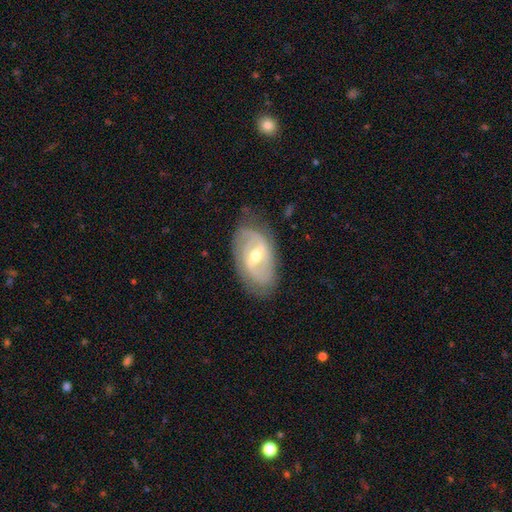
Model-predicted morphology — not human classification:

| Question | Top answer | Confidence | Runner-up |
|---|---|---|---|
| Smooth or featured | featured or disk | 82% | smooth (12%) |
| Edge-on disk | no | 94% | yes (6%) |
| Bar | weak | 49% | strong (35%) |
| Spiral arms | yes | 88% | no (12%) |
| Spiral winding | medium | 42% | tight (35%) |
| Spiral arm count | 2 | 72% | can't tell (16%) |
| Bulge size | moderate | 60% | small (36%) |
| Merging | none | 75% | minor disturbance (18%) |